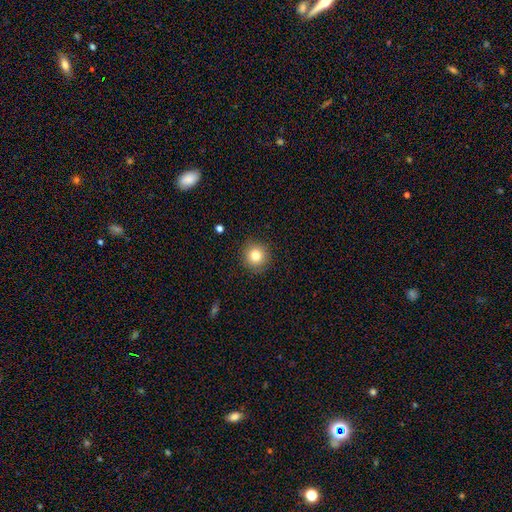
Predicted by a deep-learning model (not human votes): The model was most divided on "smooth or featured": smooth: 81%, star or artifact: 11%, featured or disk: 8%. More confident: how rounded — round (93%); merging — none (90%).